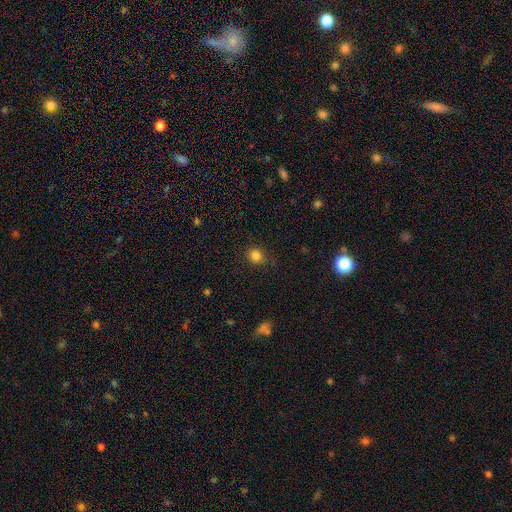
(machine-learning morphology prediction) This appears to be a smooth galaxy with no disk features (83%) that is round (83%). Merging: none (83%).